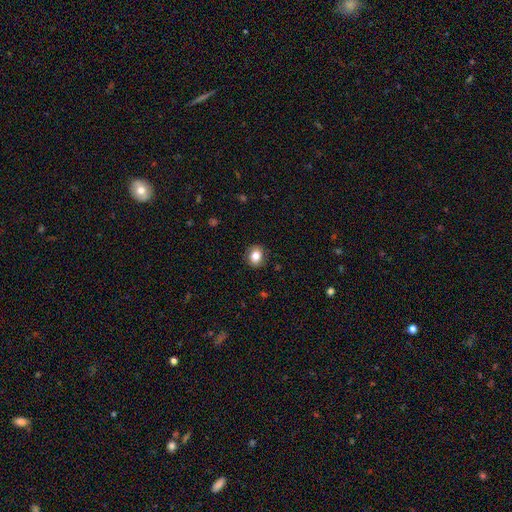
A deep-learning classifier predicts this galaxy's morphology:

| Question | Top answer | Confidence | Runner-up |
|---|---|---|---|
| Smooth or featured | smooth | 82% | star or artifact (9%) |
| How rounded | round | 64% | in between (35%) |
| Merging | none | 89% | minor disturbance (8%) |